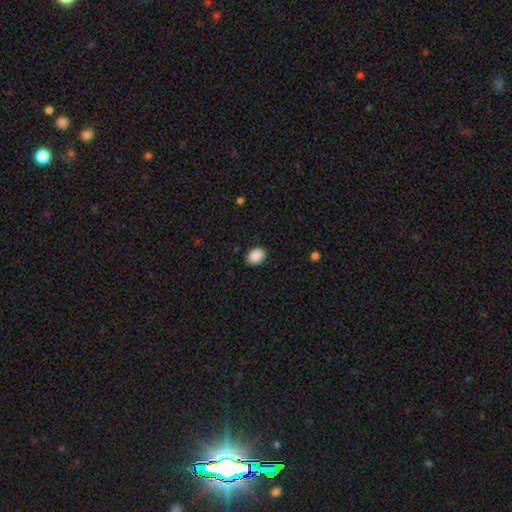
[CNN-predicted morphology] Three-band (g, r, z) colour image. It shows a smooth galaxy with no disk features (89%) that is in between round and cigar-shaped (62%). Merging: none (87%).